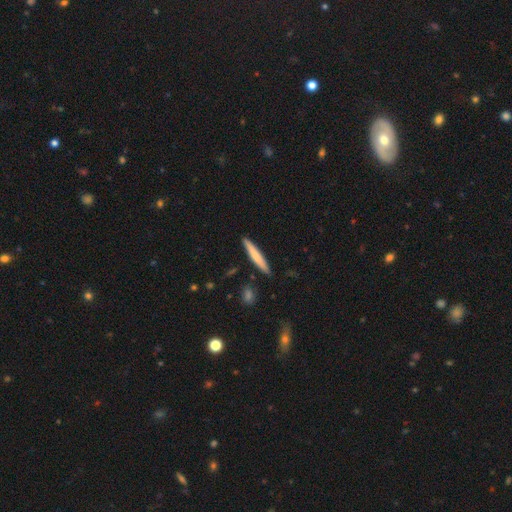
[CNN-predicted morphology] smooth 68%, featured or disk 27%, star or artifact 5%. Down the decision tree: how rounded — cigar-shaped (94%); merging — none (88%).